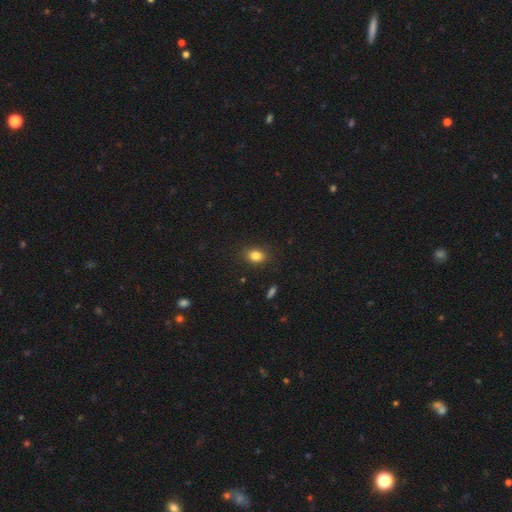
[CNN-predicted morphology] smooth_or_featured: smooth (p=0.84) [alt: star or artifact p=0.10]
how_rounded: in between (p=0.65) [alt: round p=0.34]
merging: none (p=0.85) [alt: minor disturbance p=0.11]